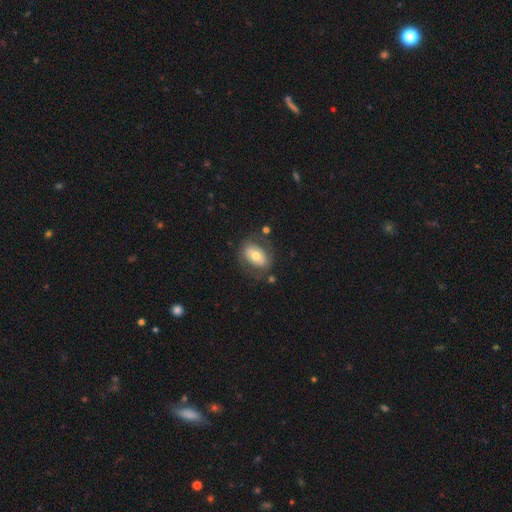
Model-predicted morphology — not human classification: Smooth or featured? Predicted: smooth (p=0.57). How rounded? Predicted: in between (p=0.82). Merging? Predicted: none (p=0.69).